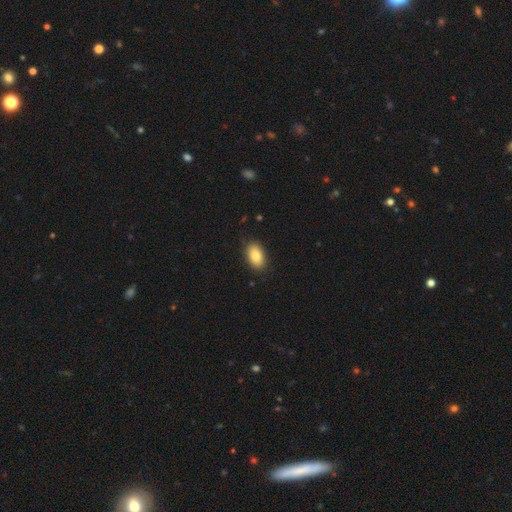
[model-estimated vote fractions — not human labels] This is clearly a smooth galaxy (85%). How rounded: clearly in between (91%). Merging: clearly none (87%).